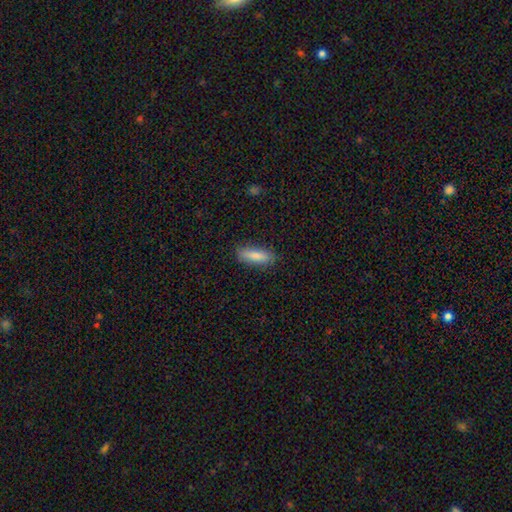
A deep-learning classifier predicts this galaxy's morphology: smooth-or-featured: smooth: 84% | featured or disk: 10% | star or artifact: 6%
  how-rounded: cigar-shaped: 57% | in between: 41% | round: 2%
  merging: none: 86% | minor disturbance: 11% | major disturbance: 2% | merger: 1%